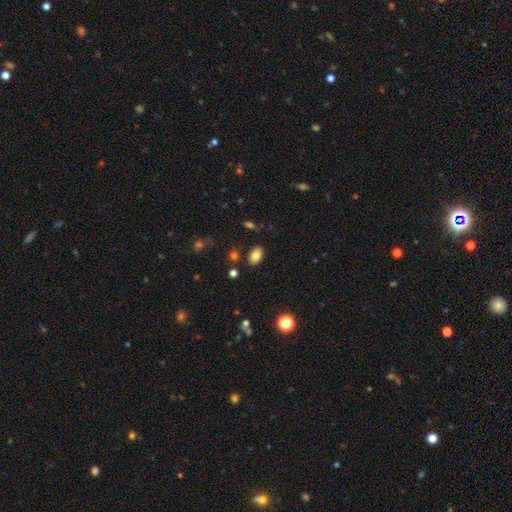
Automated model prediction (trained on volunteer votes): A smooth galaxy with no disk features (84%) that is in between round and cigar-shaped (91%). Merging: none (85%).